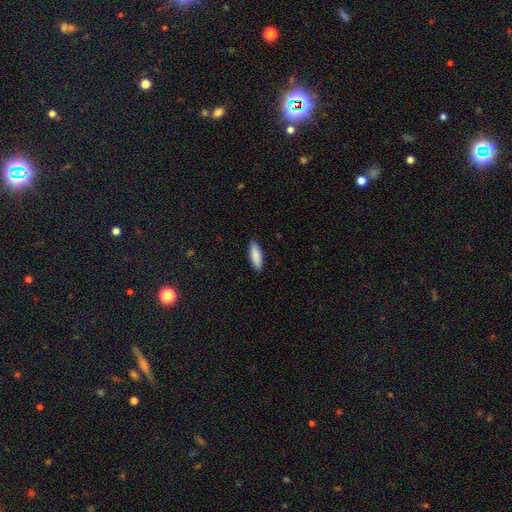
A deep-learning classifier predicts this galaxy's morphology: Smooth or featured? Predicted: smooth (p=0.89). How rounded? Predicted: in between (p=0.53). Merging? Predicted: none (p=0.90).